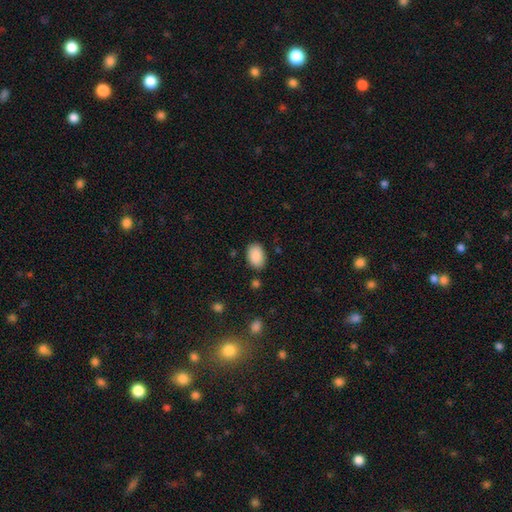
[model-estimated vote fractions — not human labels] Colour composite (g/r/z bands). It shows a smooth galaxy with no disk features (90%) that is in between round and cigar-shaped (89%). Merging: none (83%).